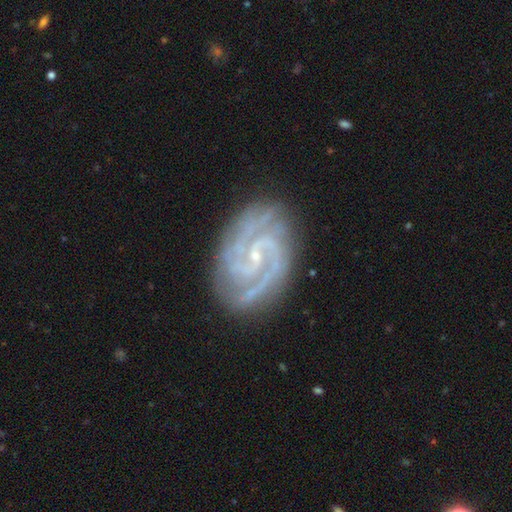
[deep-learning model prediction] Smooth or featured? featured or disk (92%)
Edge-on disk? no (98%)
Bar? no (43%)
Spiral arms? yes (99%)
Spiral winding? tight (56%)
Spiral arm count? 2 (54%)
Bulge size? small (83%)
Merging? none (80%)